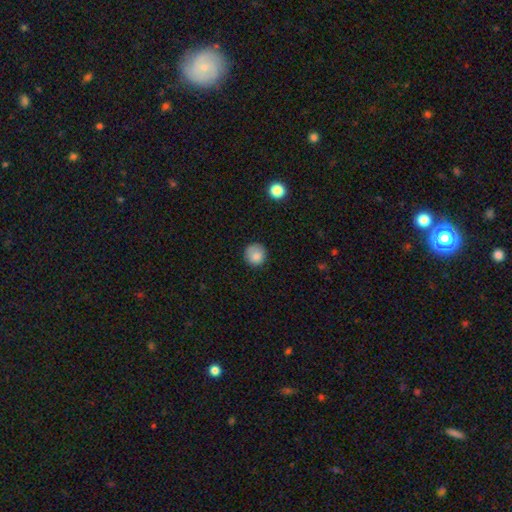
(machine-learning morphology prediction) A smooth galaxy with no disk features (84%) that is round (90%).

Vote fractions:
- Smooth or featured? smooth: 84% / star or artifact: 9% / featured or disk: 6%
- How rounded? round: 90% / in between: 9% / cigar-shaped: 1%
- Merging? none: 77% / minor disturbance: 17% / major disturbance: 5% / merger: 1%